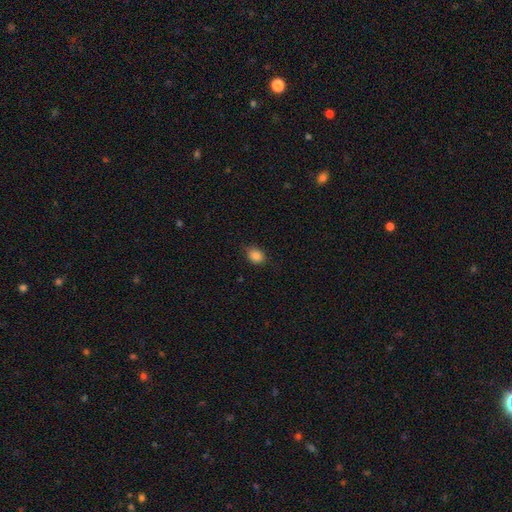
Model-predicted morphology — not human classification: smooth-or-featured: smooth: 86% | star or artifact: 9% | featured or disk: 5%
  how-rounded: in between: 55% | round: 43% | cigar-shaped: 1%
  merging: none: 77% | minor disturbance: 19% | major disturbance: 3% | merger: 1%